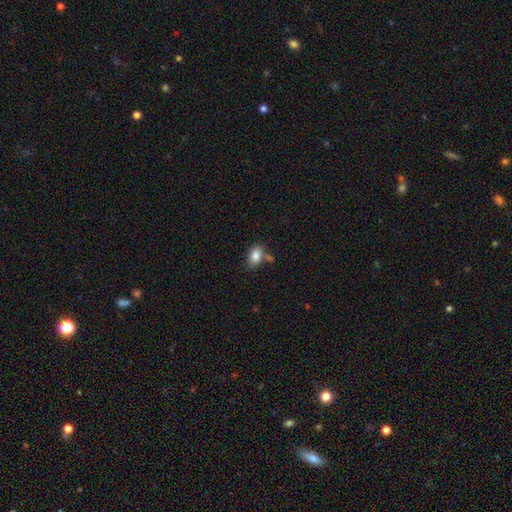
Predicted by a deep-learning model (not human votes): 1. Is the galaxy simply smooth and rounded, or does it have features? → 84% smooth, 8% star or artifact, 8% featured or disk.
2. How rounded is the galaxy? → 85% in between, 13% round, 2% cigar-shaped.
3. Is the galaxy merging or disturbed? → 65% none, 16% minor disturbance, 15% merger, 4% major disturbance.